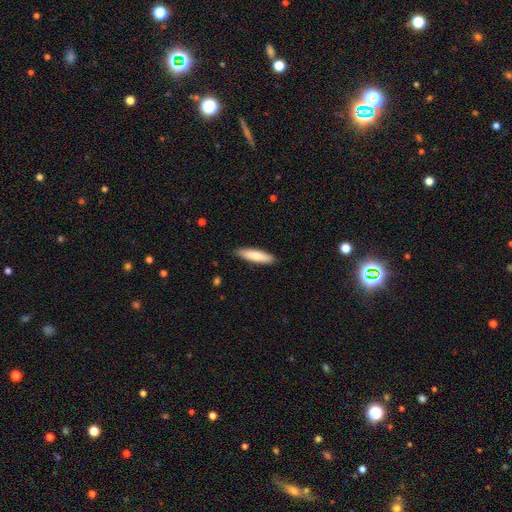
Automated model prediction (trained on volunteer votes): Smooth or featured? Predicted: smooth (p=0.84). How rounded? Predicted: cigar-shaped (p=0.73). Merging? Predicted: none (p=0.89).